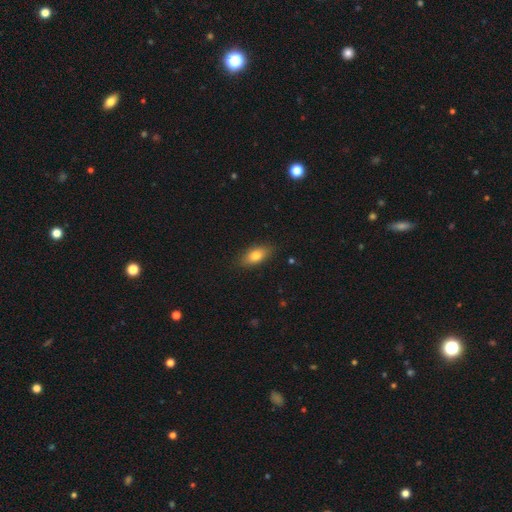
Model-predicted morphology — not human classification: The model was most divided on "smooth or featured": smooth: 79%, featured or disk: 14%, star or artifact: 8%. More confident: merging — none (86%); how rounded — in between (85%).